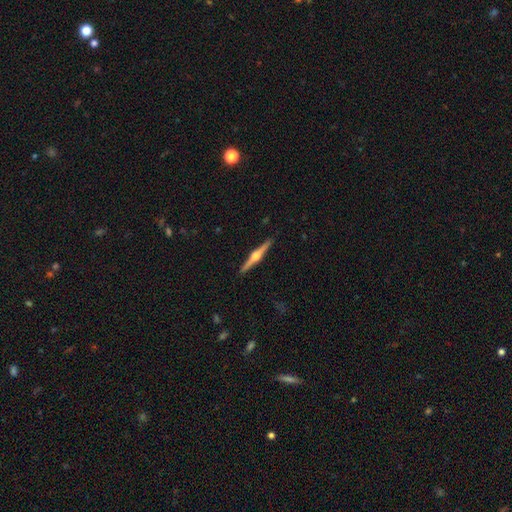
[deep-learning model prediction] This appears to be a featured or disk galaxy (82%) viewed edge-on (99%) with a rounded central bulge (95%). Merging: none (92%).